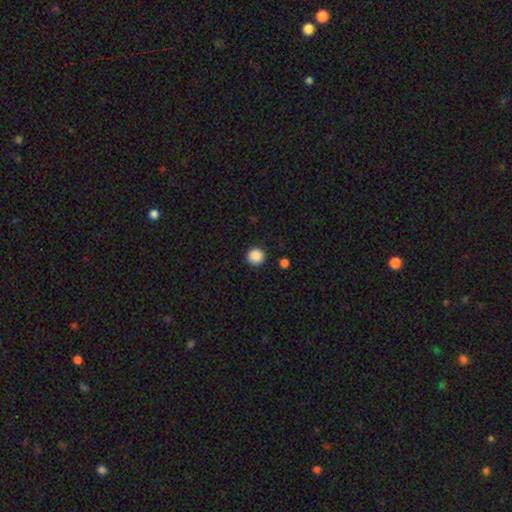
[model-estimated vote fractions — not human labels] smooth_or_featured: smooth (p=0.88) [alt: star or artifact p=0.09]
how_rounded: round (p=0.94) [alt: in between p=0.05]
merging: none (p=0.91) [alt: minor disturbance p=0.06]